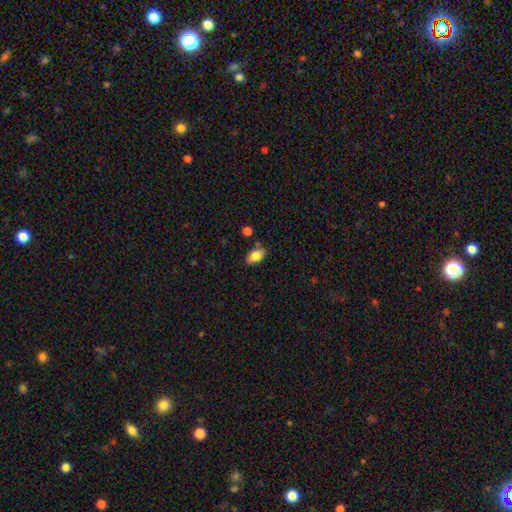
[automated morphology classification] smooth_or_featured: smooth (p=0.83) [alt: featured or disk p=0.09]
how_rounded: in between (p=0.90) [alt: round p=0.08]
merging: none (p=0.77) [alt: minor disturbance p=0.14]